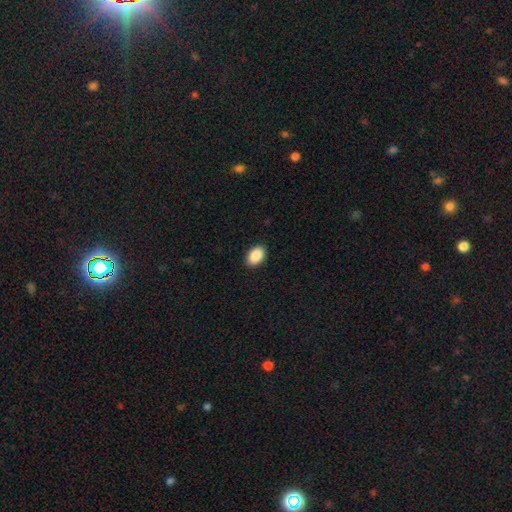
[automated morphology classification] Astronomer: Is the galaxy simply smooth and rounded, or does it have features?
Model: smooth — 90%.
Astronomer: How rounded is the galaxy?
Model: in between — 87%.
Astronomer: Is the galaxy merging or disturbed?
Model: none — 89%.